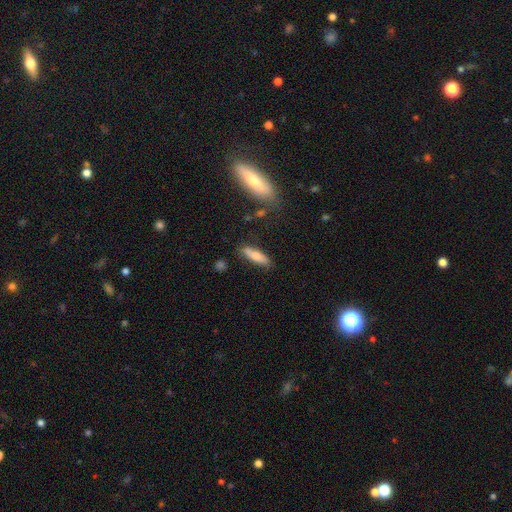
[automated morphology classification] Smooth or featured?
  - smooth: 68% *
  - featured or disk: 25%
  - star or artifact: 7%
How rounded?
  - cigar-shaped: 58% *
  - in between: 40%
  - round: 2%
Merging?
  - none: 78% *
  - minor disturbance: 15%
  - merger: 4%
  - major disturbance: 3%